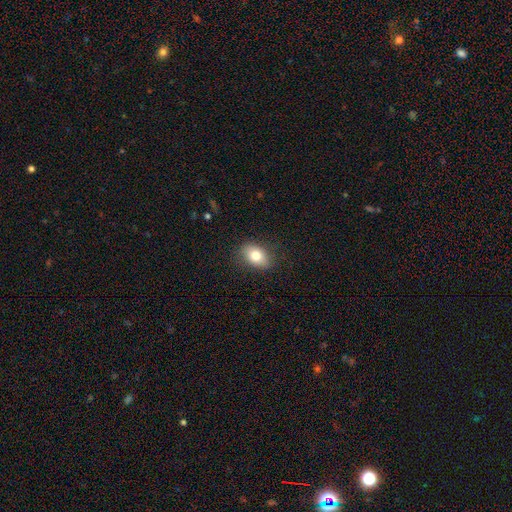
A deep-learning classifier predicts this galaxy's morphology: Smooth or featured?
  - smooth: 79% *
  - featured or disk: 12%
  - star or artifact: 9%
How rounded?
  - in between: 80% *
  - round: 18%
  - cigar-shaped: 2%
Merging?
  - none: 84% *
  - minor disturbance: 12%
  - major disturbance: 3%
  - merger: 1%